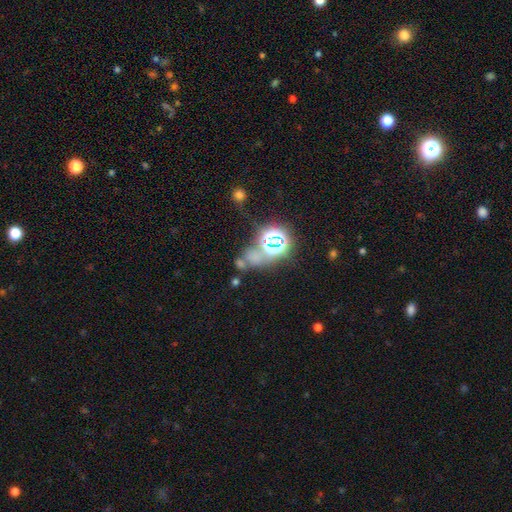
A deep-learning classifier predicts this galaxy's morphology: star or artifact 60%, smooth 29%, featured or disk 11%.